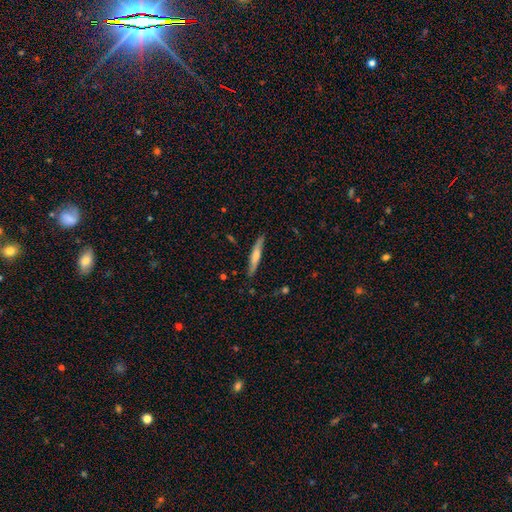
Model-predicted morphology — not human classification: Overall: smooth (56%; featured or disk 39%). How rounded: cigar-shaped (92%). Merging: none (85%).